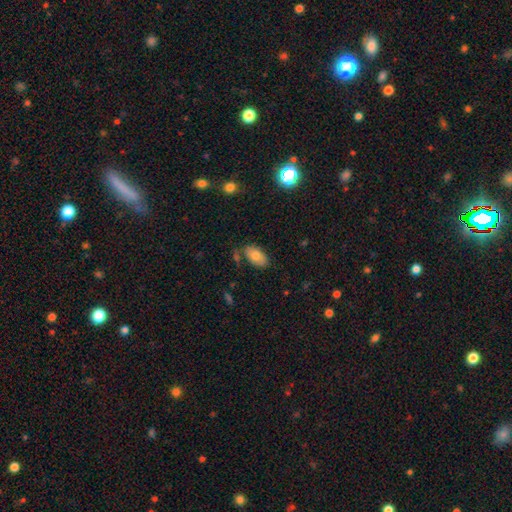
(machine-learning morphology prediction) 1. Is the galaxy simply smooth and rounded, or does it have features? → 77% smooth, 15% featured or disk, 8% star or artifact.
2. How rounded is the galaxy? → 93% in between, 5% round, 2% cigar-shaped.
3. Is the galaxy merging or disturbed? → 72% none, 17% minor disturbance, 7% merger, 4% major disturbance.